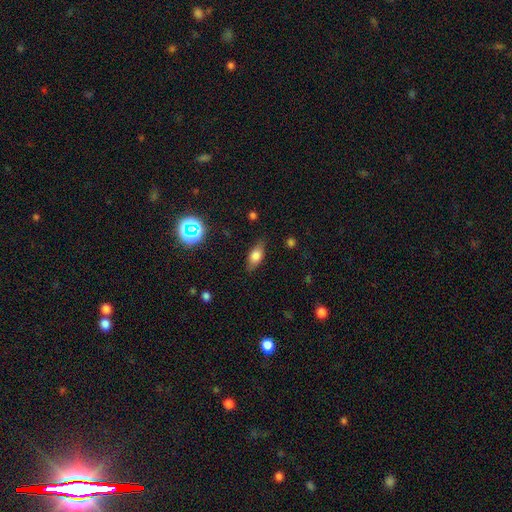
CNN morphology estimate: type=smooth (68%); roundness=in between (79%); merging=none (81%).